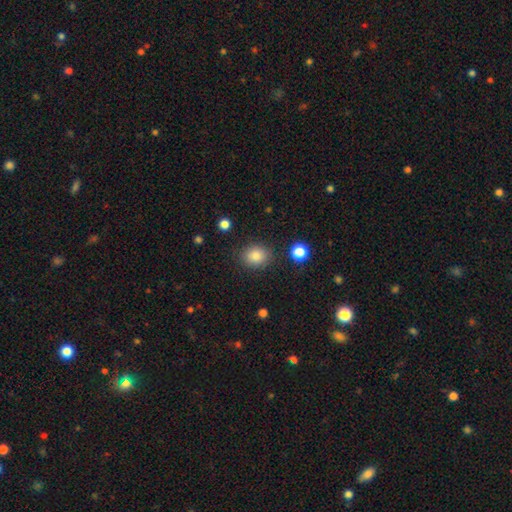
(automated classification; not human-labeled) This appears to be a smooth galaxy with no disk features (84%) that is round (63%). Merging: none (84%).